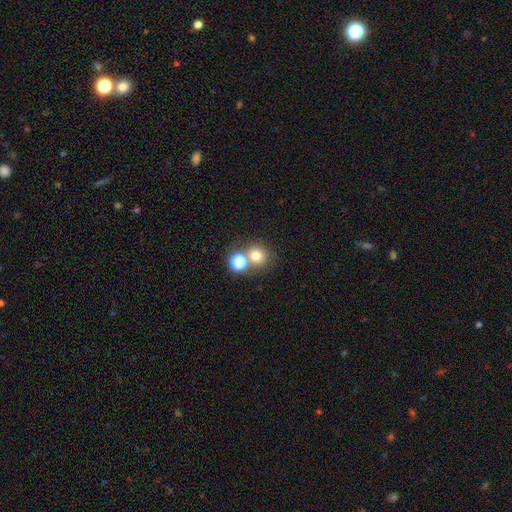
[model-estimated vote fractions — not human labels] The model was most divided on "merging": none: 58%, merger: 32%, minor disturbance: 7%, major disturbance: 3%. More confident: how rounded — round (89%); smooth or featured — smooth (73%).